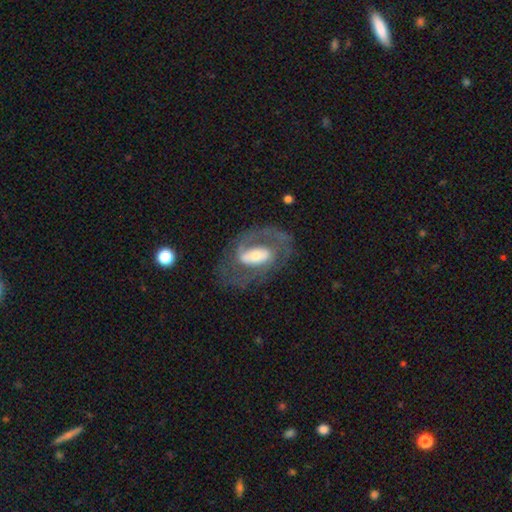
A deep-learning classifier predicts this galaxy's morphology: A featured or disk galaxy (79%) with a weak bar (35%, tied with no), 2 (69%) medium (47%) spiral arms (81%) and a moderate central bulge (49%).

Vote fractions:
- Smooth or featured? featured or disk: 79% / smooth: 15% / star or artifact: 6%
- Edge-on disk? no: 95% / yes: 5%
- Bar? weak: 35% (tied) / no: 35% (tied) / strong: 29%
- Spiral arms? yes: 81% / no: 19%
- Spiral winding? medium: 47% / tight: 34% / loose: 19%
- Spiral arm count? 2: 69% / can't tell: 15% / 1: 10% / 3: 4% / 4: 2% / more than 4: 2%
- Bulge size? moderate: 49% / small: 32% / large: 16% / dominant: 2% / none: 2%
- Merging? none: 61% / major disturbance: 19% / minor disturbance: 17% / merger: 3%